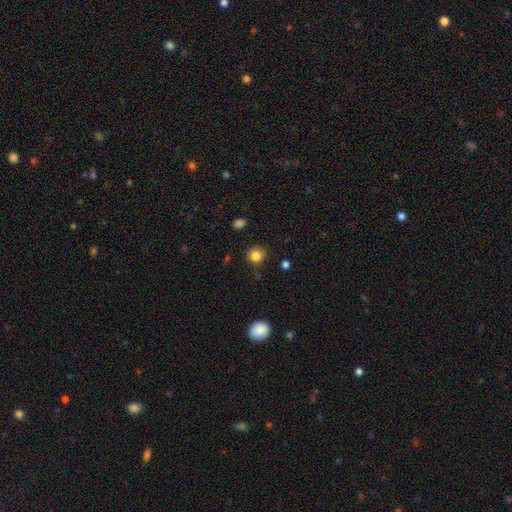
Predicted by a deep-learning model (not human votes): Smooth or featured?
  - smooth: 84% *
  - star or artifact: 11%
  - featured or disk: 5%
How rounded?
  - round: 88% *
  - in between: 11%
  - cigar-shaped: 1%
Merging?
  - none: 81% *
  - minor disturbance: 14%
  - major disturbance: 3%
  - merger: 2%